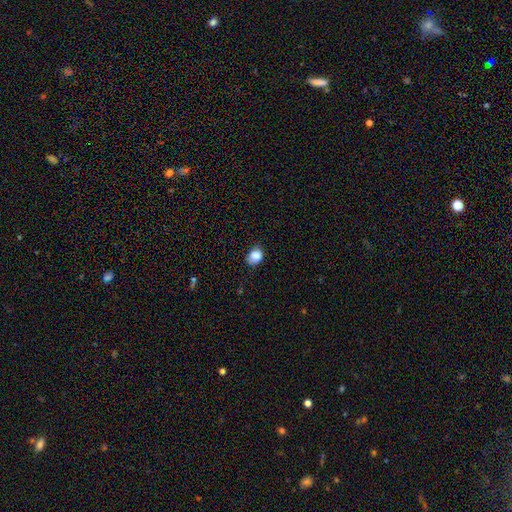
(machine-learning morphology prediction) Smooth or featured? Predicted: smooth (p=0.84). How rounded? Predicted: in between (p=0.52). Merging? Predicted: none (p=0.62).